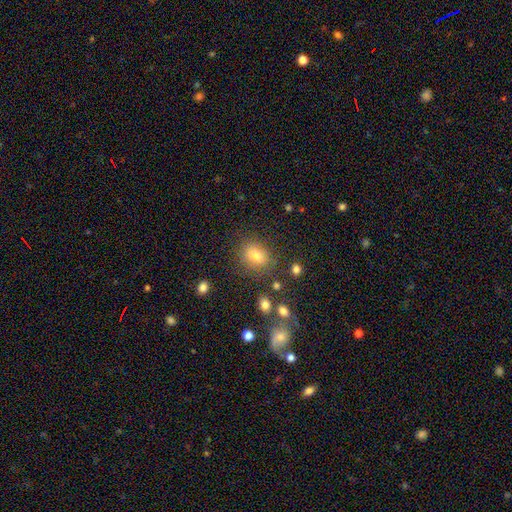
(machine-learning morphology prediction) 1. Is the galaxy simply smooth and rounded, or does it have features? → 77% smooth, 13% star or artifact, 10% featured or disk.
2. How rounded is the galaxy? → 53% in between, 46% round, 1% cigar-shaped.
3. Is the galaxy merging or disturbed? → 79% none, 13% minor disturbance, 5% major disturbance, 4% merger.